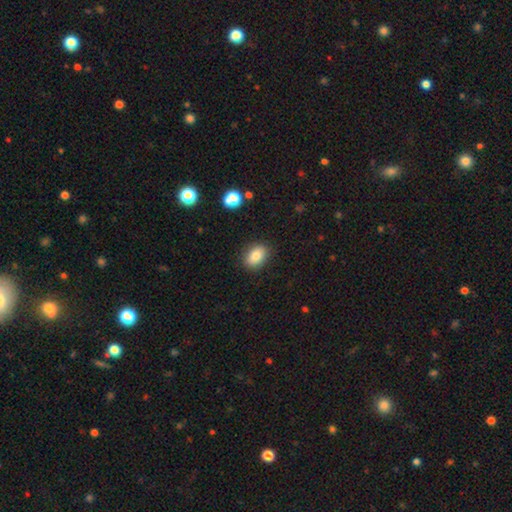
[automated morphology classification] smooth_or_featured: smooth (p=0.83) [alt: star or artifact p=0.09]
how_rounded: in between (p=0.80) [alt: round p=0.19]
merging: none (p=0.87) [alt: minor disturbance p=0.09]